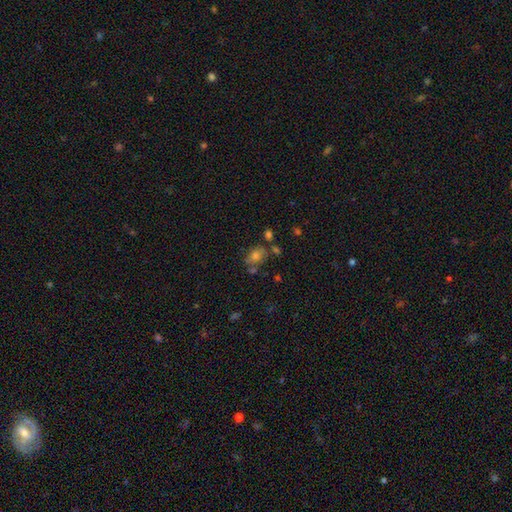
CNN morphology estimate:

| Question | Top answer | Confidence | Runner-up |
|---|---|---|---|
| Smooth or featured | smooth | 61% | star or artifact (21%) |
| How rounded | in between | 57% | round (42%) |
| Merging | none | 61% | minor disturbance (17%) |